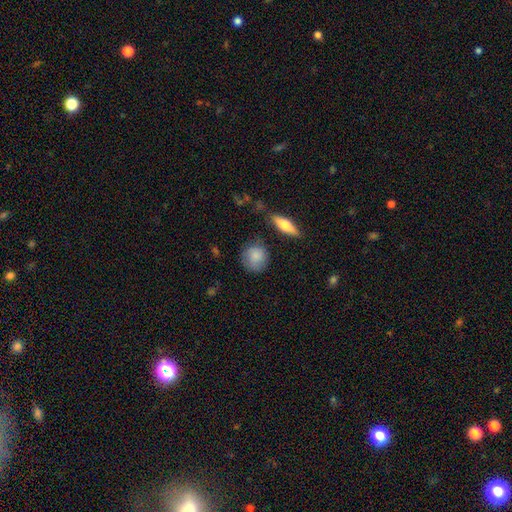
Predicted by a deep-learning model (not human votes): smooth-or-featured: smooth: 82% | featured or disk: 11% | star or artifact: 7%
  how-rounded: round: 80% | in between: 18% | cigar-shaped: 2%
  merging: none: 74% | minor disturbance: 18% | major disturbance: 5% | merger: 3%